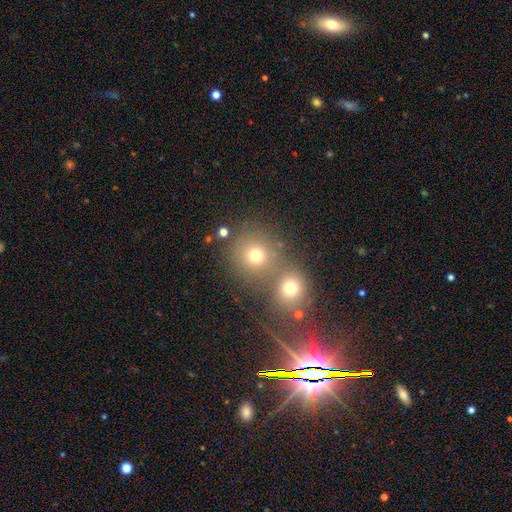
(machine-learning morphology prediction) Smooth or featured? smooth (62%)
How rounded? round (88%)
Merging? none (54%)